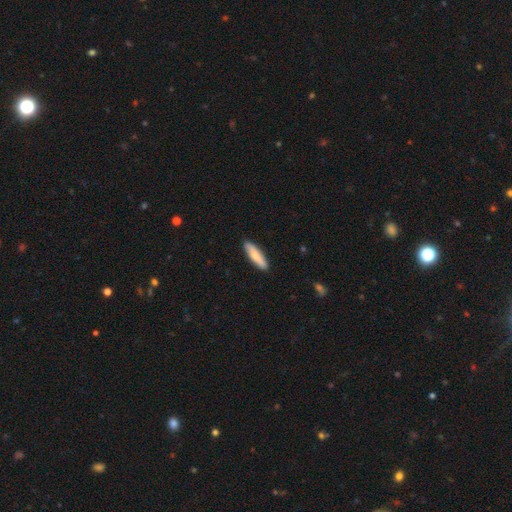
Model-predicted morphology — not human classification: A smooth galaxy with no disk features (80%) that is cigar-shaped (75%).

Vote fractions:
- Smooth or featured? smooth: 80% / featured or disk: 15% / star or artifact: 5%
- How rounded? cigar-shaped: 75% / in between: 24% / round: 1%
- Merging? none: 90% / minor disturbance: 8% / major disturbance: 1% / merger: 1%